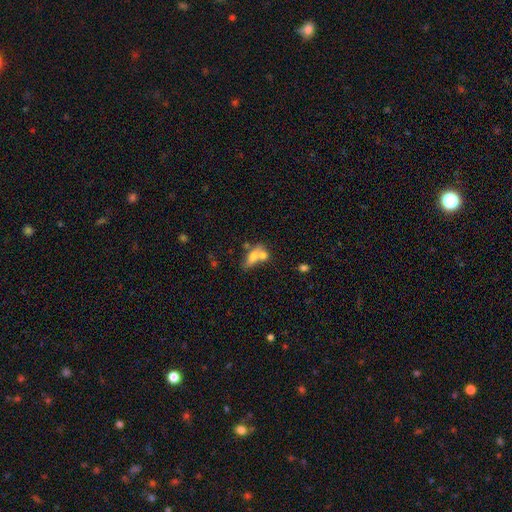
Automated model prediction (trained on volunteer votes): The model was most divided on "merging": merger: 57%, none: 26%, minor disturbance: 10%, major disturbance: 7%. More confident: how rounded — in between (74%); smooth or featured — smooth (67%).